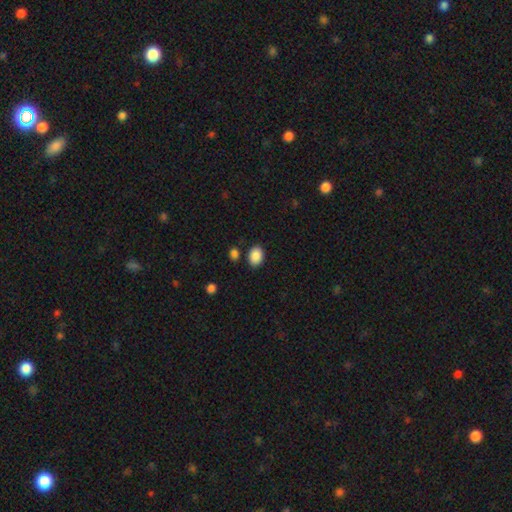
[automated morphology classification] Q: Smooth or featured?
A: smooth (89%); runner-up: star or artifact (8%)
Q: How rounded?
A: in between (74%); runner-up: round (25%)
Q: Merging?
A: none (82%); runner-up: minor disturbance (10%)